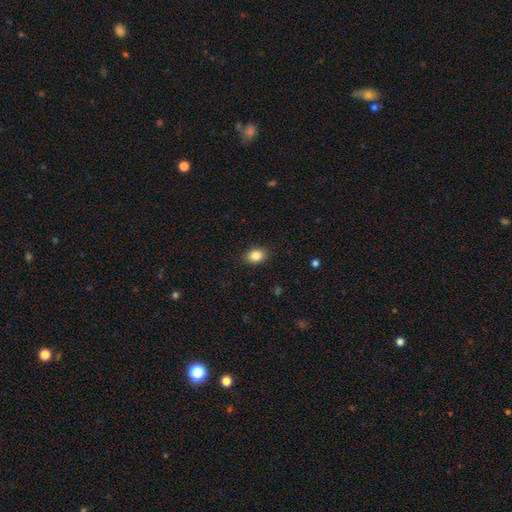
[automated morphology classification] Q: Smooth or featured?
A: smooth (87%); runner-up: star or artifact (9%)
Q: How rounded?
A: in between (66%); runner-up: round (33%)
Q: Merging?
A: none (88%); runner-up: minor disturbance (9%)